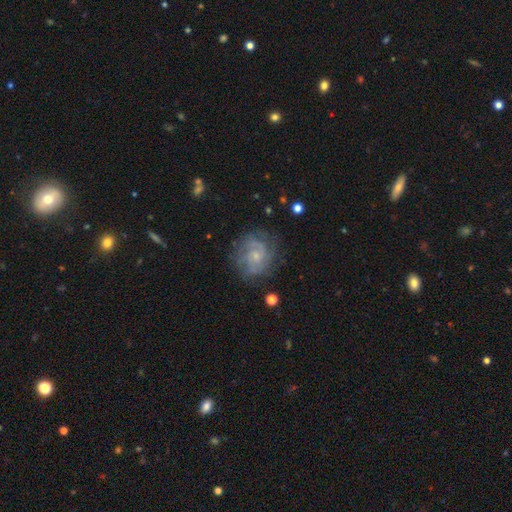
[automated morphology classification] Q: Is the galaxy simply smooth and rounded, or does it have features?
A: featured or disk — 64%.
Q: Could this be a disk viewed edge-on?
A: no — 98%.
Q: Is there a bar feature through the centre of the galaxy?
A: no — 76%.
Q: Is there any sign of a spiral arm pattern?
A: yes — 81%.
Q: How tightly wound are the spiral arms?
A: tight — 53%.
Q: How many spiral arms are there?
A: can't tell — 46%.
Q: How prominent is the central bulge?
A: small — 68%.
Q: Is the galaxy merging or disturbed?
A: none — 70%.